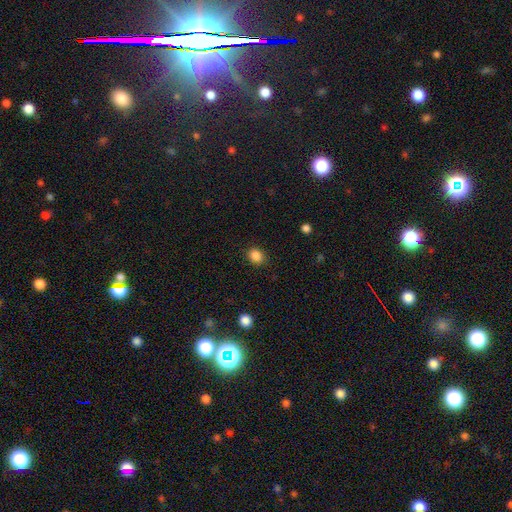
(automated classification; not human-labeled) The model was most divided on "how rounded": round: 61%, in between: 38%, cigar-shaped: 1%. More confident: merging — none (86%); smooth or featured — smooth (86%).